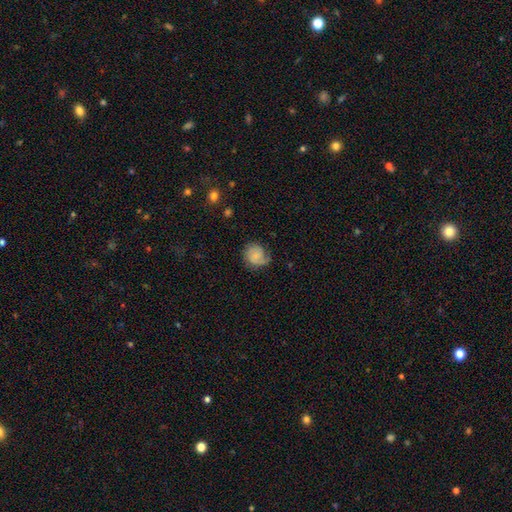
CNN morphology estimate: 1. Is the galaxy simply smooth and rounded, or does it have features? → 50% smooth, 42% featured or disk, 8% star or artifact.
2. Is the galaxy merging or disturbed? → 61% none, 26% minor disturbance, 12% major disturbance, 1% merger.